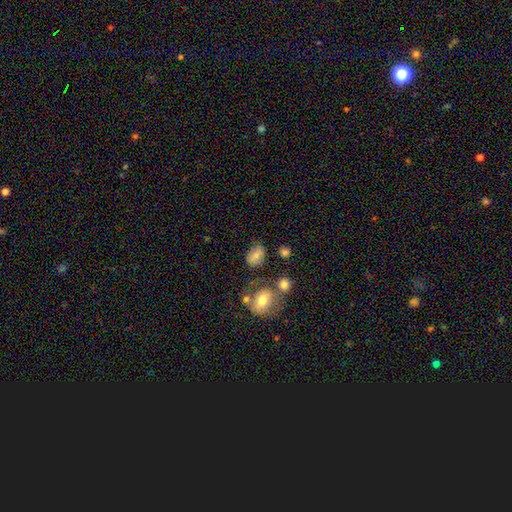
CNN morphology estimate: The model was most divided on "merging": none: 62%, minor disturbance: 20%, merger: 9%, major disturbance: 9%. More confident: how rounded — in between (76%); smooth or featured — smooth (71%).